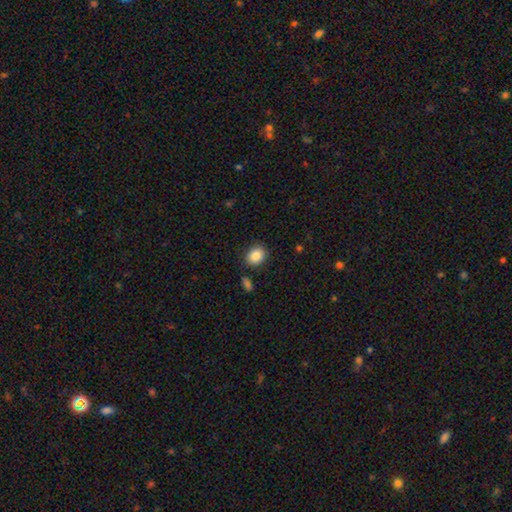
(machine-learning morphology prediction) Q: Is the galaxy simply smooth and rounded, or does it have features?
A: smooth — 87%.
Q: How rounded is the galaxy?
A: round — 51%.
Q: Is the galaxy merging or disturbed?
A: none — 83%.